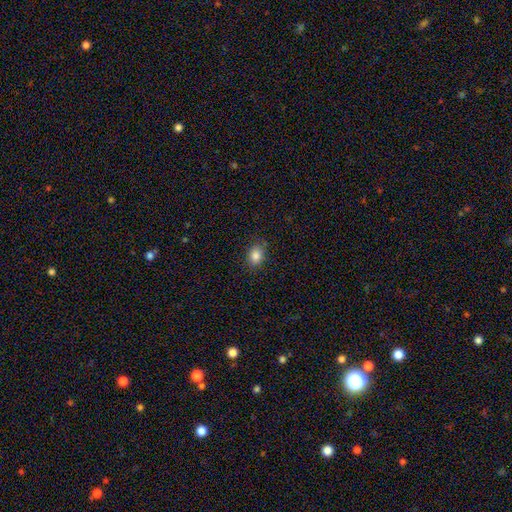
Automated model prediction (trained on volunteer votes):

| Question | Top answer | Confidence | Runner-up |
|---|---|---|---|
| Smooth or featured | smooth | 85% | star or artifact (10%) |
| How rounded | in between | 66% | round (33%) |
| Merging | none | 85% | minor disturbance (11%) |